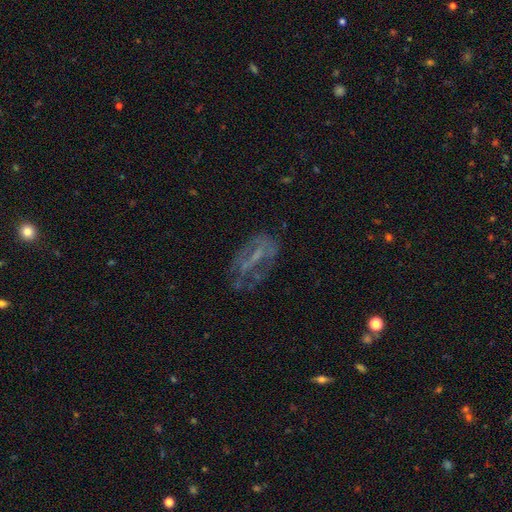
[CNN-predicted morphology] Smooth or featured? featured or disk (60%)
Edge-on disk? no (92%)
Bar? no (41%)
Spiral arms? no (59%)
Bulge size? none (47%)
Merging? none (48%)